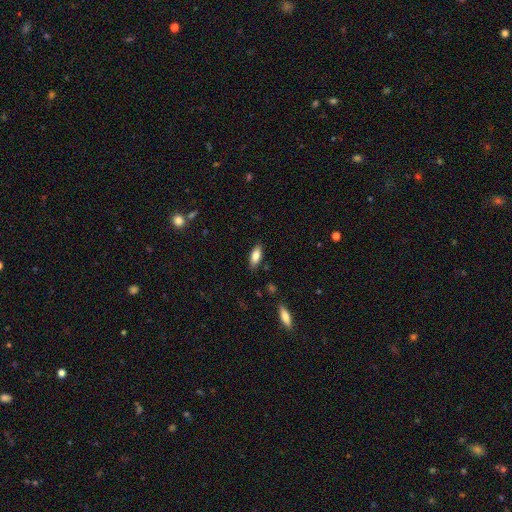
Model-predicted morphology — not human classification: A smooth galaxy with no disk features (81%) that is in between round and cigar-shaped (78%).

Vote fractions:
- Smooth or featured? smooth: 81% / featured or disk: 12% / star or artifact: 7%
- How rounded? in between: 78% / cigar-shaped: 19% / round: 2%
- Merging? none: 85% / minor disturbance: 11% / major disturbance: 2% / merger: 1%